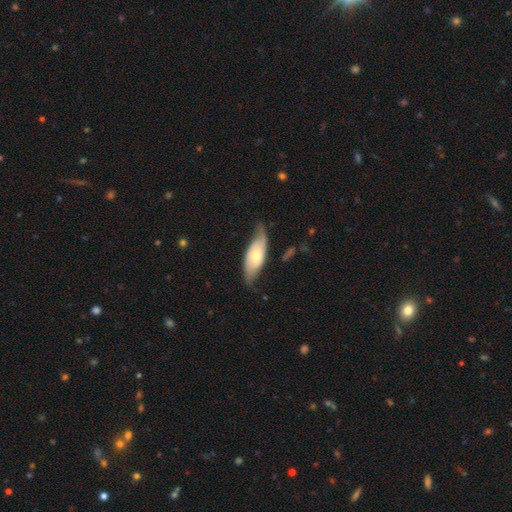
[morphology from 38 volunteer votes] Q: Smooth or featured?
A: featured or disk (53%); runner-up: smooth (42%)
Q: Edge-on disk?
A: no (95%); runner-up: yes (5%)
Q: Bar?
A: no (63%); runner-up: weak (26%)
Q: Spiral arms?
A: yes (79%); runner-up: no (21%)
Q: Spiral winding?
A: loose (60%); runner-up: medium (33%)
Q: Spiral arm count?
A: 2 (87%); runner-up: 3 (7%)
Q: Bulge size?
A: moderate (63%); runner-up: small (32%)
Q: Merging?
A: none (58%); runner-up: minor disturbance (25%)